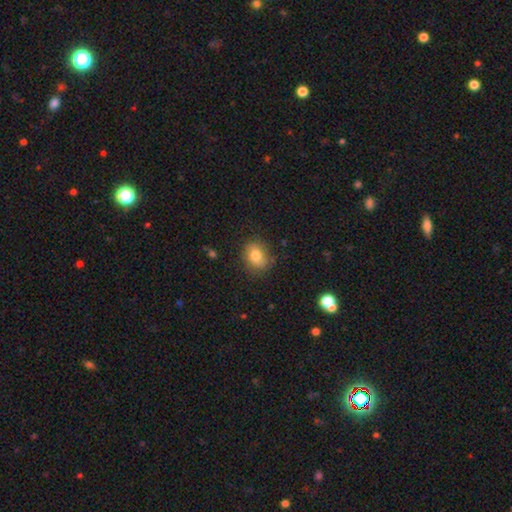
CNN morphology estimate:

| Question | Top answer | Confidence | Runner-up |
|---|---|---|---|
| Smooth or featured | smooth | 77% | featured or disk (13%) |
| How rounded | in between | 57% | round (42%) |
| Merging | none | 78% | minor disturbance (16%) |